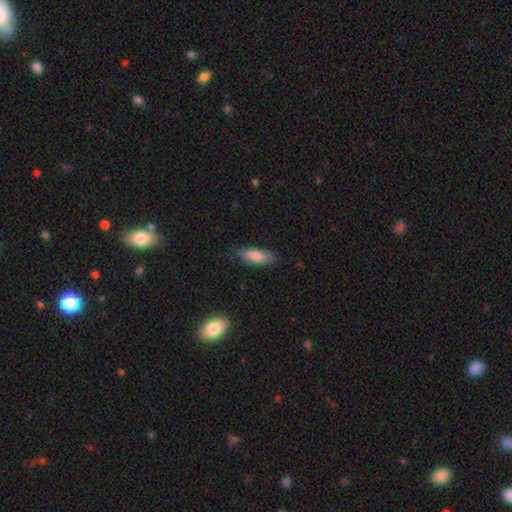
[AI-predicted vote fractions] smooth-or-featured: smooth: 81% | featured or disk: 13% | star or artifact: 6%
  how-rounded: in between: 64% | cigar-shaped: 34% | round: 2%
  merging: none: 75% | minor disturbance: 20% | major disturbance: 4% | merger: 1%